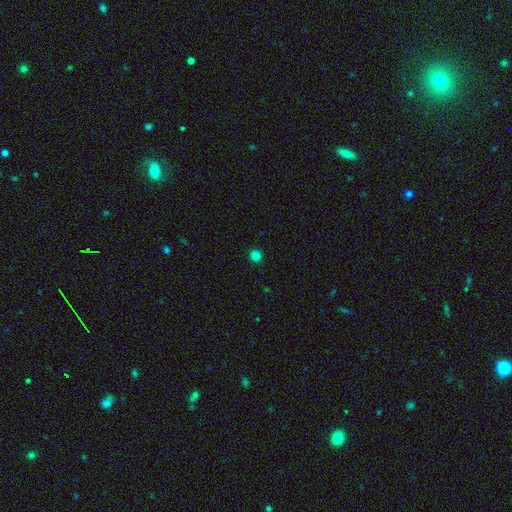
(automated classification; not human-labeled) The model was most divided on "smooth or featured": smooth: 82%, star or artifact: 15%, featured or disk: 3%. More confident: how rounded — round (94%); merging — none (93%).